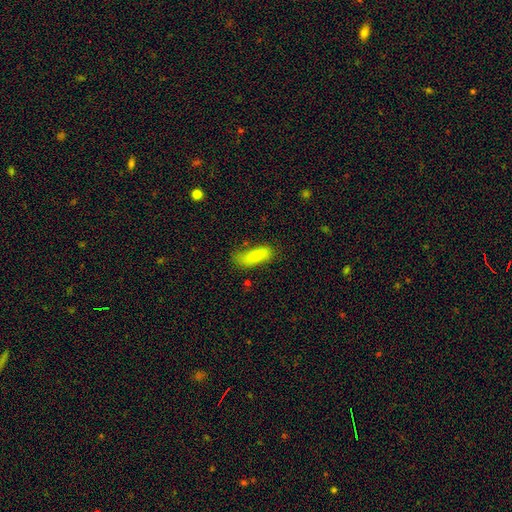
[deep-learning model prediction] smooth-or-featured: smooth: 78% | featured or disk: 15% | star or artifact: 7%
  how-rounded: in between: 62% | cigar-shaped: 35% | round: 3%
  merging: none: 61% | minor disturbance: 27% | major disturbance: 8% | merger: 4%